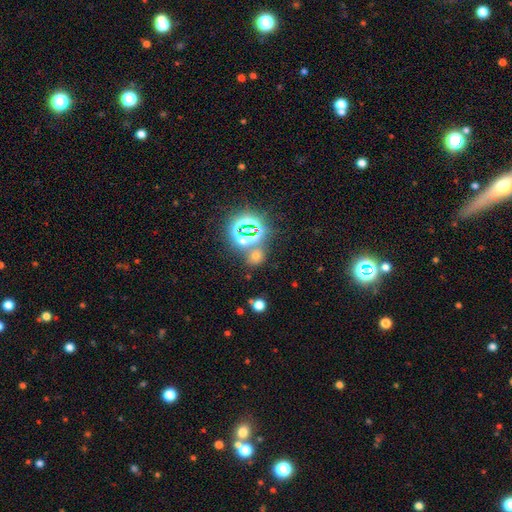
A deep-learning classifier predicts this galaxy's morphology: Smooth or featured: star or artifact — 48% (smooth — 45%)